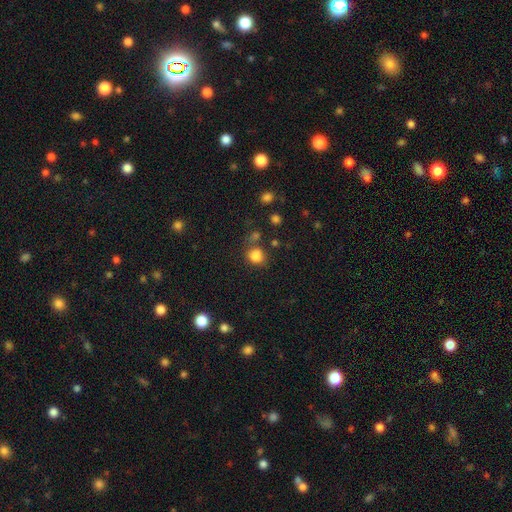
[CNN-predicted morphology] A smooth galaxy with no disk features (82%) that is round (66%).

Vote fractions:
- Smooth or featured? smooth: 82% / star or artifact: 13% / featured or disk: 5%
- How rounded? round: 66% / in between: 33% / cigar-shaped: 1%
- Merging? none: 63% / minor disturbance: 17% / merger: 13% / major disturbance: 7%